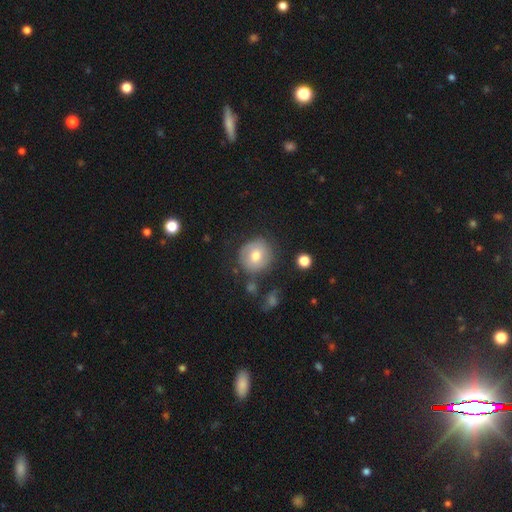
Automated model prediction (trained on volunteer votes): Smooth or featured: smooth — 66% (featured or disk — 25%)
How rounded: round — 86% (in between — 13%)
Merging: none — 73% (minor disturbance — 17%)